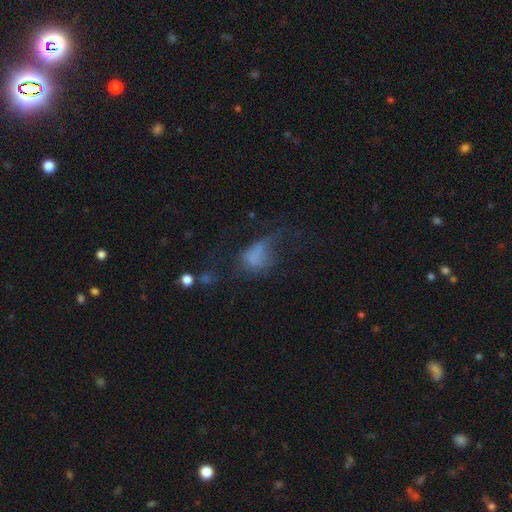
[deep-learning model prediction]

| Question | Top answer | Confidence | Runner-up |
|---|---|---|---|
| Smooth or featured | smooth | 56% | featured or disk (25%) |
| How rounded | in between | 74% | round (22%) |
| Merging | major disturbance | 50% | none (24%) |